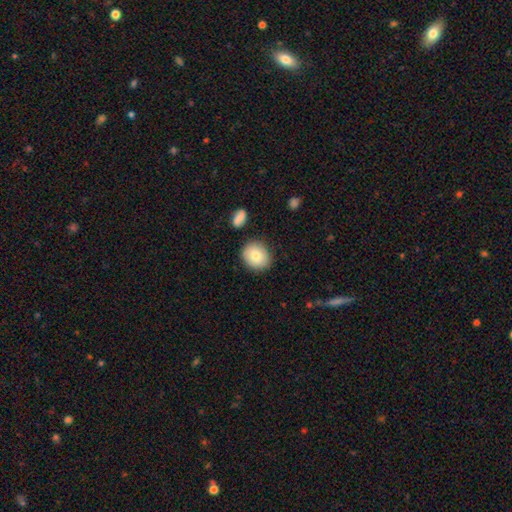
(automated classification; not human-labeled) Smooth or featured? smooth (82%)
How rounded? round (70%)
Merging? none (84%)